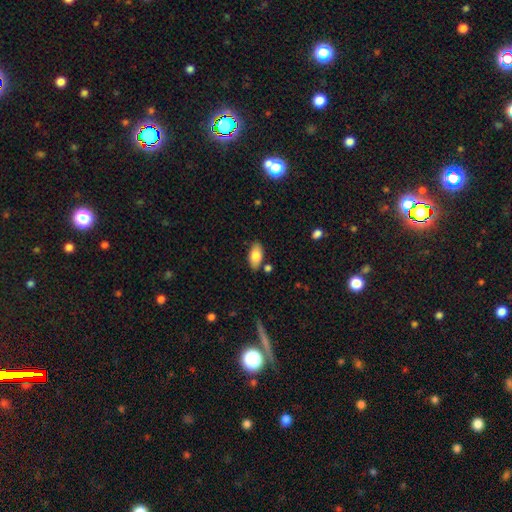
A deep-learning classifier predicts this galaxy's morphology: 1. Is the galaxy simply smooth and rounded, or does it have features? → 79% smooth, 14% featured or disk, 7% star or artifact.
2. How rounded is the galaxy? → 92% in between, 5% cigar-shaped, 3% round.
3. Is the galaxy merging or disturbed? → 81% none, 12% minor disturbance, 4% merger, 2% major disturbance.